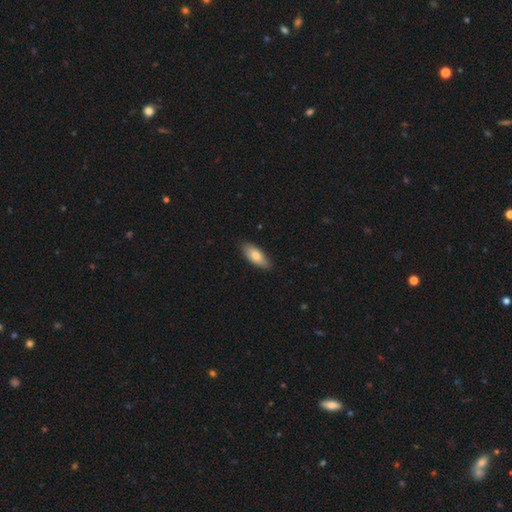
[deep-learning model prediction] A smooth galaxy with no disk features (78%) that is in between round and cigar-shaped (78%).

Vote fractions:
- Smooth or featured? smooth: 78% / featured or disk: 16% / star or artifact: 6%
- How rounded? in between: 78% / cigar-shaped: 20% / round: 2%
- Merging? none: 85% / minor disturbance: 12% / major disturbance: 2% / merger: 1%